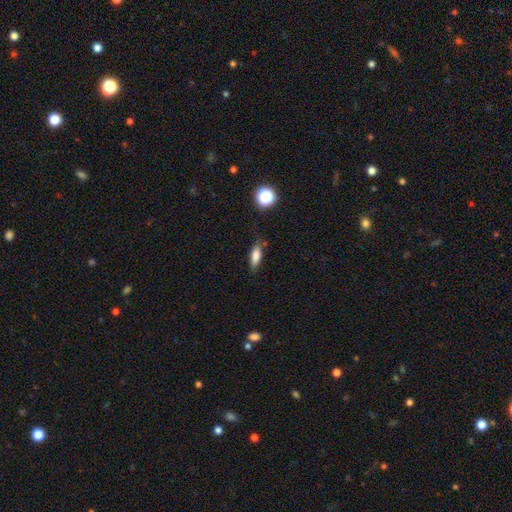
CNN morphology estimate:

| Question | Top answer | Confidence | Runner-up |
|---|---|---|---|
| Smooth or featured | smooth | 78% | featured or disk (12%) |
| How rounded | in between | 62% | cigar-shaped (33%) |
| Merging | none | 76% | minor disturbance (17%) |